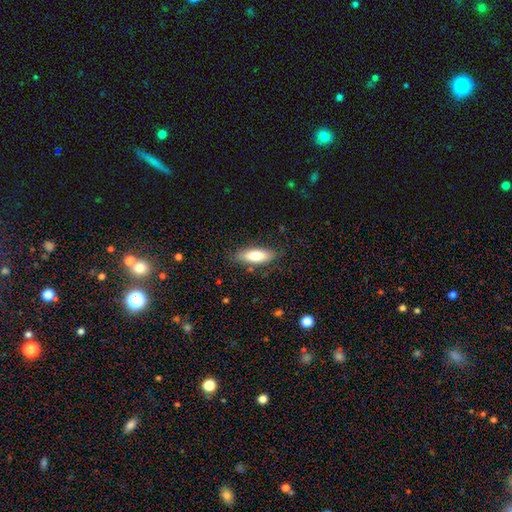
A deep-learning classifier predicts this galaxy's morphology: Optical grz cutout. It shows a smooth galaxy with no disk features (76%) that is in between round and cigar-shaped (65%). Merging: none (82%).